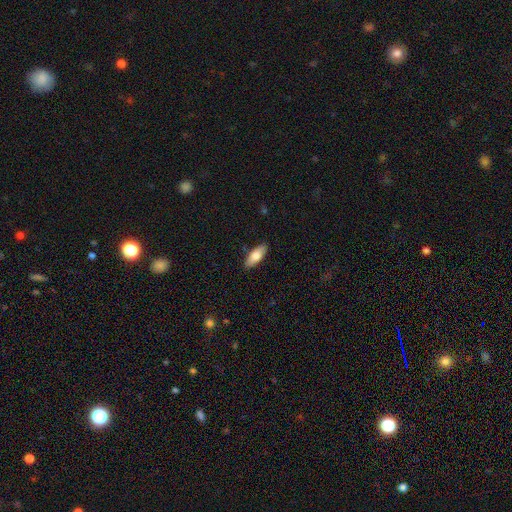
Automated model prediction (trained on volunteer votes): smooth-or-featured: smooth: 77% | featured or disk: 17% | star or artifact: 6%
  how-rounded: in between: 74% | cigar-shaped: 24% | round: 2%
  merging: none: 88% | minor disturbance: 9% | major disturbance: 2% | merger: 1%